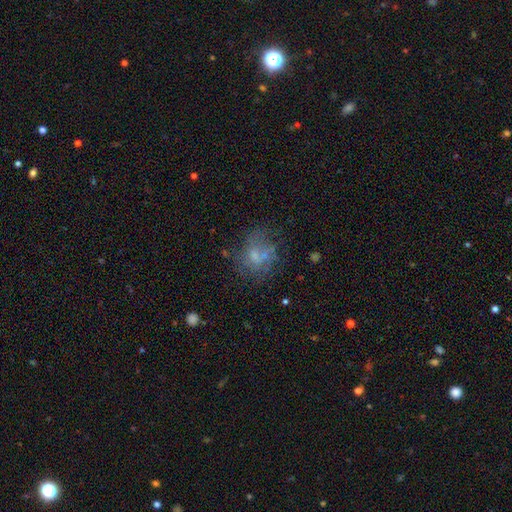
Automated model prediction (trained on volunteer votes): smooth-or-featured: smooth: 44% | featured or disk: 41% | star or artifact: 16%
  merging: none: 48% | major disturbance: 22% | minor disturbance: 20% | merger: 9%